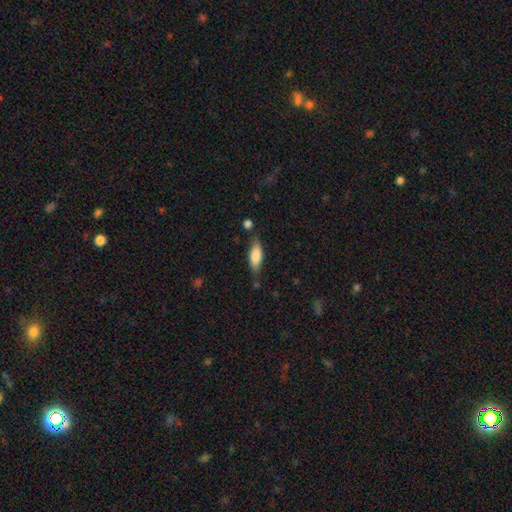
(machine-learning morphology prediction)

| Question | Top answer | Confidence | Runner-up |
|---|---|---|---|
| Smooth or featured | smooth | 80% | featured or disk (14%) |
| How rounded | in between | 67% | cigar-shaped (31%) |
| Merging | none | 69% | minor disturbance (20%) |